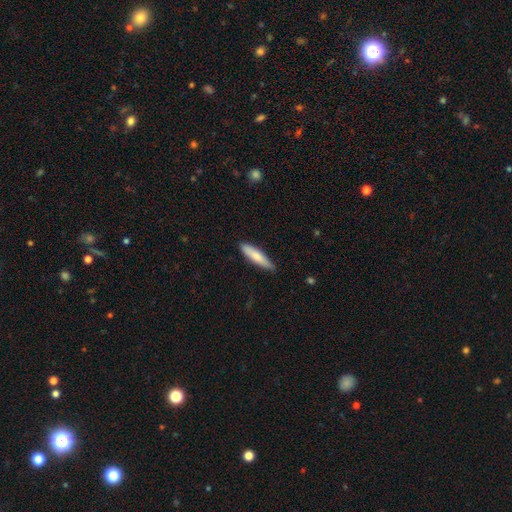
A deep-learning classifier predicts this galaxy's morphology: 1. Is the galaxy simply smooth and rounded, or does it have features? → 76% smooth, 18% featured or disk, 5% star or artifact.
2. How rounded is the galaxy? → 77% cigar-shaped, 21% in between, 1% round.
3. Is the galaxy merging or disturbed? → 83% none, 14% minor disturbance, 2% major disturbance, 1% merger.